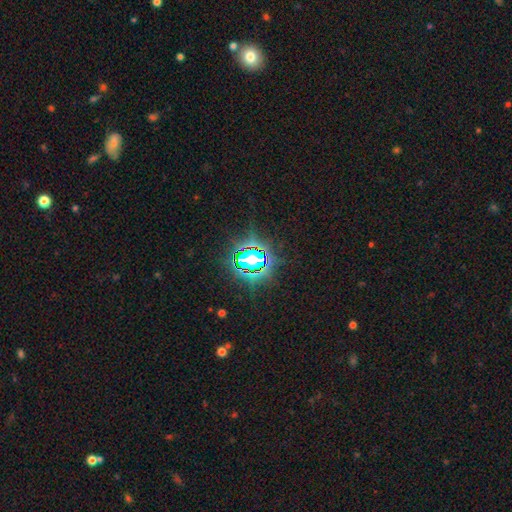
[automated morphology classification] star or artifact 81%, smooth 12%, featured or disk 7%.